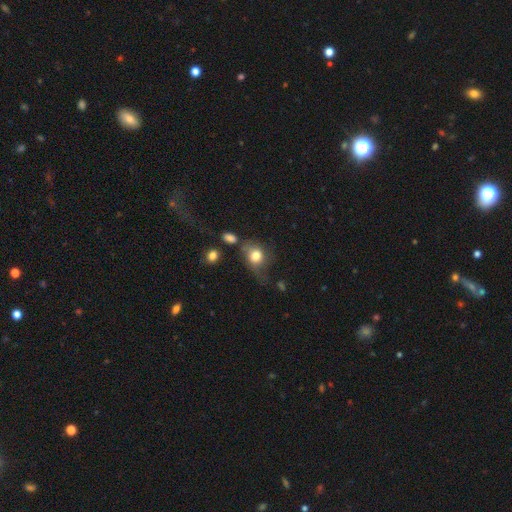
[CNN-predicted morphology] Smooth or featured: smooth — 77% (featured or disk — 14%)
How rounded: round — 57% (in between — 42%)
Merging: none — 40% (minor disturbance — 29%)